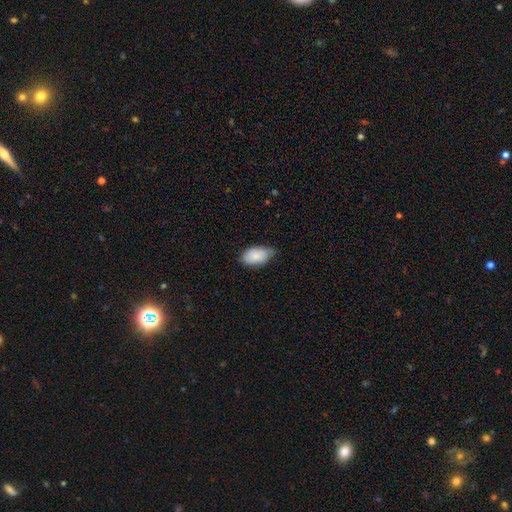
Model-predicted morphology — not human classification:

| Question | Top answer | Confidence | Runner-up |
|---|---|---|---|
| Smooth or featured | smooth | 82% | featured or disk (12%) |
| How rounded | in between | 93% | round (5%) |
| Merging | none | 49% | minor disturbance (43%) |